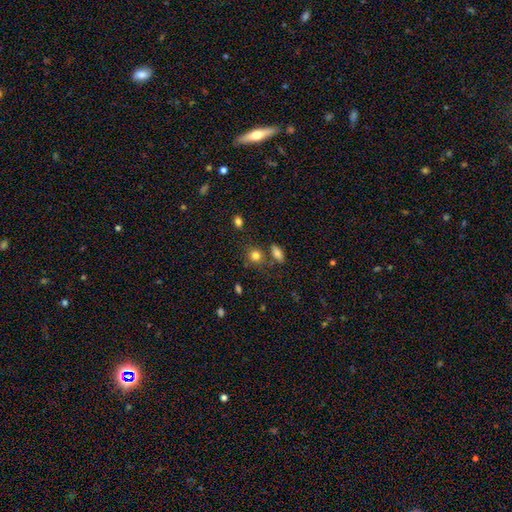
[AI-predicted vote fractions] Overall: smooth (81%). How rounded: round (75%). Merging: none (71%).